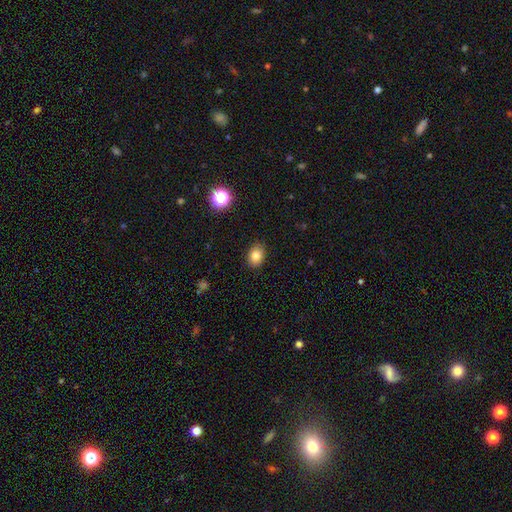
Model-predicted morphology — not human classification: A smooth galaxy with no disk features (82%) that is in between round and cigar-shaped (62%).

Vote fractions:
- Smooth or featured? smooth: 82% / star or artifact: 11% / featured or disk: 7%
- How rounded? in between: 62% / round: 37% / cigar-shaped: 1%
- Merging? none: 88% / minor disturbance: 9% / major disturbance: 2% / merger: 1%